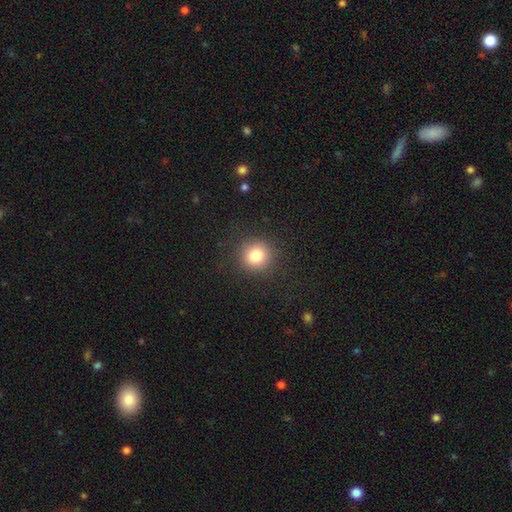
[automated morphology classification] Overall: smooth (81%). How rounded: round (92%). Merging: none (90%).